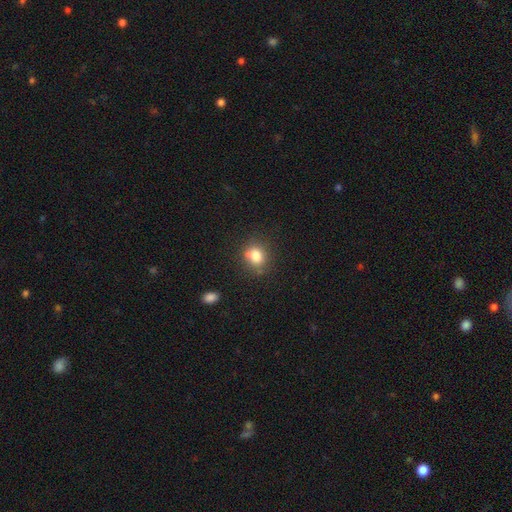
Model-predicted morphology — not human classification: smooth-or-featured: smooth: 79% | star or artifact: 12% | featured or disk: 9%
  how-rounded: round: 67% | in between: 32% | cigar-shaped: 1%
  merging: none: 67% | minor disturbance: 17% | merger: 11% | major disturbance: 5%